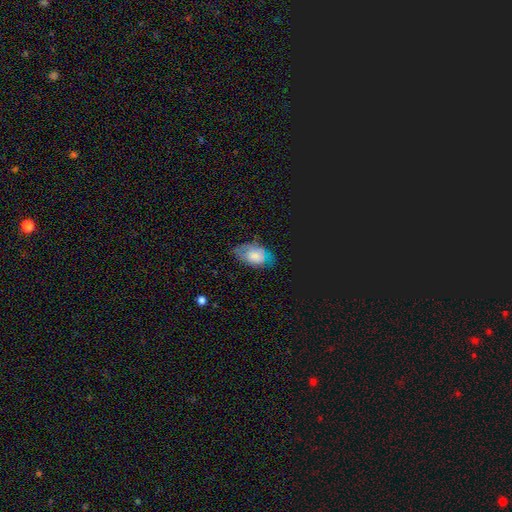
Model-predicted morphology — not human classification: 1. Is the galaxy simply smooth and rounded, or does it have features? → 61% smooth, 27% featured or disk, 13% star or artifact.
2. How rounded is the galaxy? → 90% in between, 7% round, 2% cigar-shaped.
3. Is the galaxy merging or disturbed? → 64% none, 25% minor disturbance, 9% major disturbance, 2% merger.